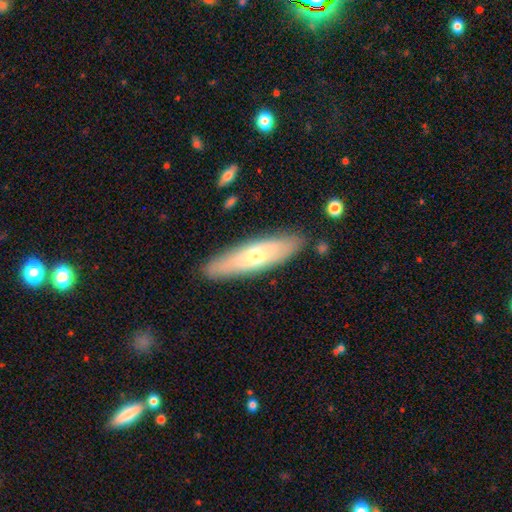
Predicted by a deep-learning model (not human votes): Smooth or featured? Predicted: smooth (p=0.54). How rounded? Predicted: cigar-shaped (p=0.66). Merging? Predicted: none (p=0.86).